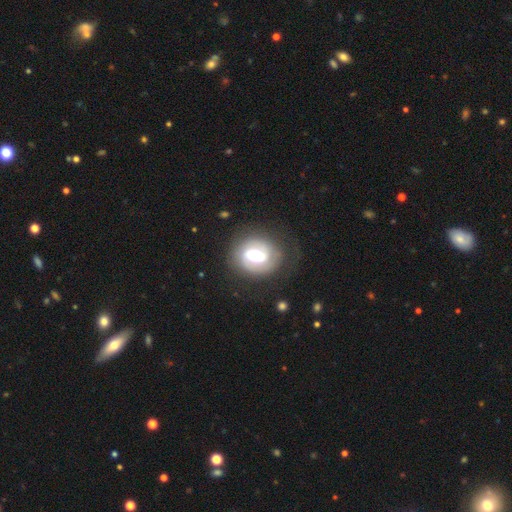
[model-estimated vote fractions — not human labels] Q: Smooth or featured?
A: featured or disk (70%); runner-up: smooth (24%)
Q: Edge-on disk?
A: no (96%); runner-up: yes (4%)
Q: Bar?
A: strong (48%); runner-up: weak (39%)
Q: Spiral arms?
A: yes (79%); runner-up: no (21%)
Q: Spiral winding?
A: tight (43%); runner-up: medium (38%)
Q: Spiral arm count?
A: 2 (74%); runner-up: can't tell (14%)
Q: Bulge size?
A: moderate (51%); runner-up: large (33%)
Q: Merging?
A: none (69%); runner-up: minor disturbance (17%)